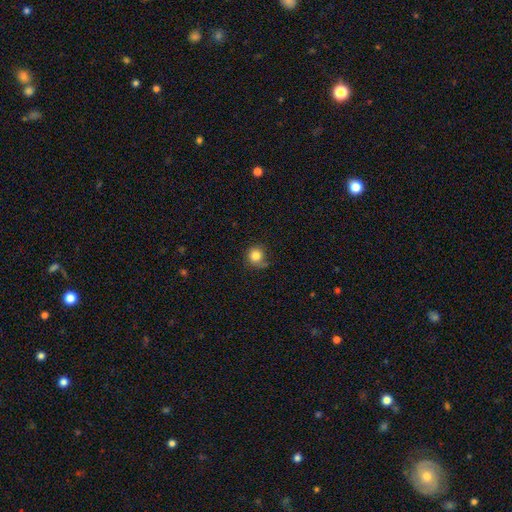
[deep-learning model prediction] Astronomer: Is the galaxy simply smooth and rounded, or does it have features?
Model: smooth — 83%.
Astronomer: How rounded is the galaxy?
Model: round — 91%.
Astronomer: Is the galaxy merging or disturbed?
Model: none — 69%.